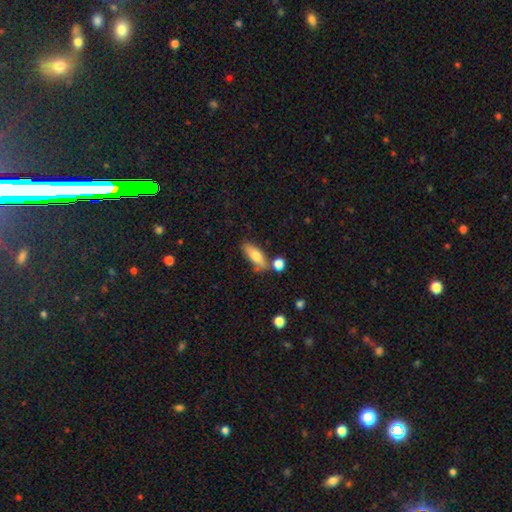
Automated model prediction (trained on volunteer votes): smooth 74%, featured or disk 19%, star or artifact 7%. Down the decision tree: how rounded — in between (69%); merging — none (63%).